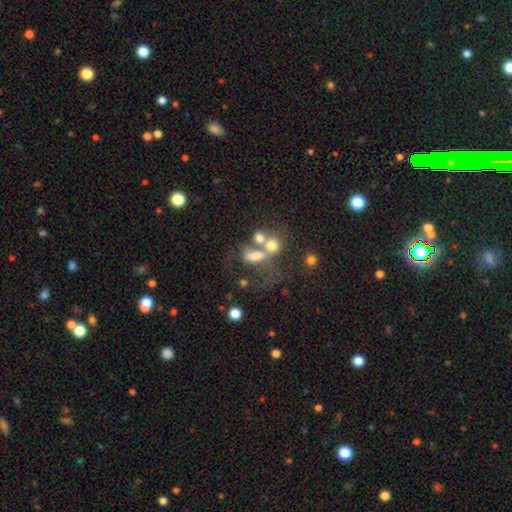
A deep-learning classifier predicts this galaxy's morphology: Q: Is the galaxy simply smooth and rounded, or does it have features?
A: smooth — 55%.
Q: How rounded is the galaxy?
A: in between — 63%.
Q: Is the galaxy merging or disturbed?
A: merger — 47%.